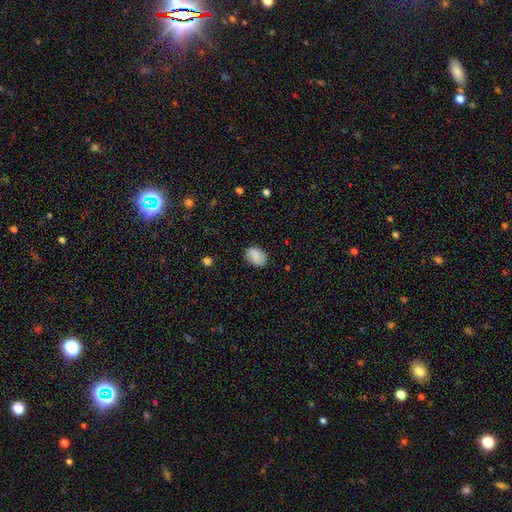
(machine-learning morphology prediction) Smooth or featured: smooth — 72% (featured or disk — 19%)
How rounded: in between — 70% (round — 28%)
Merging: none — 82% (minor disturbance — 13%)